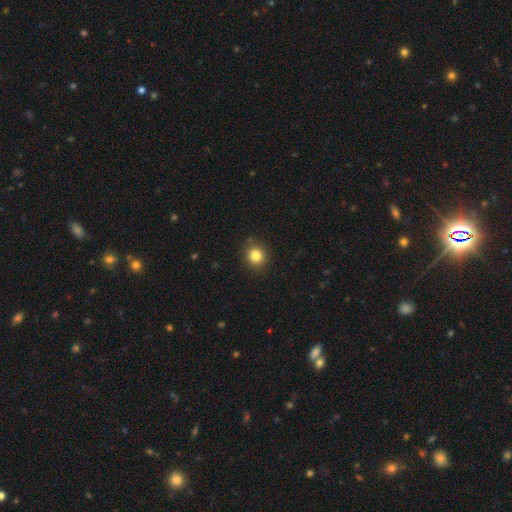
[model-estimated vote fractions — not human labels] This appears to be a smooth galaxy with no disk features (83%) that is round (83%). Merging: none (87%).